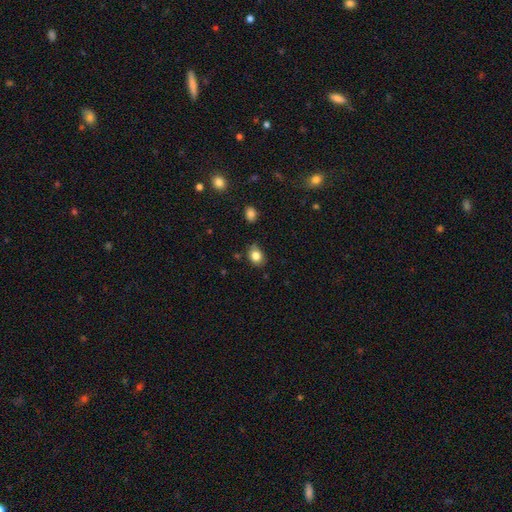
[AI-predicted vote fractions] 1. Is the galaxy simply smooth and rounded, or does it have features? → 83% smooth, 10% star or artifact, 7% featured or disk.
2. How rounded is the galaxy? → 56% in between, 43% round, 1% cigar-shaped.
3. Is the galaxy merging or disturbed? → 76% none, 18% minor disturbance, 3% major disturbance, 3% merger.